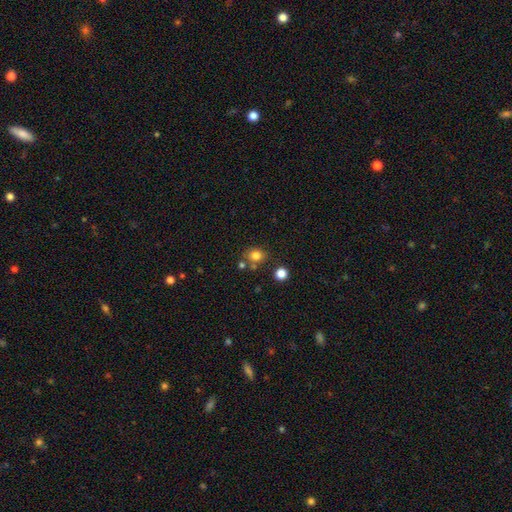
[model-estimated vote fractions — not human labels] This is clearly a smooth galaxy (80%). How rounded: likely round (67%). Merging: likely none (72%).